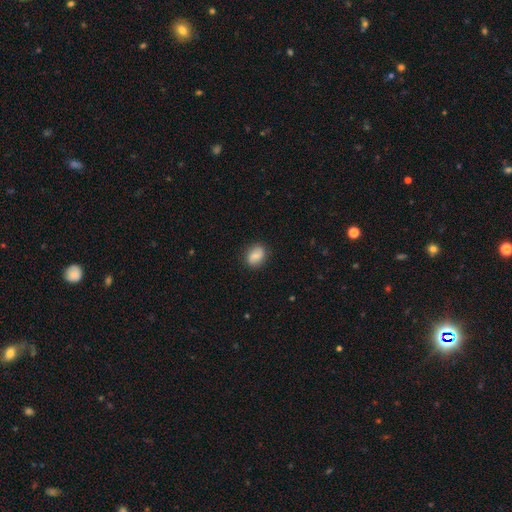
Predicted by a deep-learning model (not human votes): Q: Smooth or featured?
A: smooth (71%); runner-up: featured or disk (21%)
Q: How rounded?
A: in between (52%); runner-up: round (47%)
Q: Merging?
A: none (84%); runner-up: minor disturbance (12%)